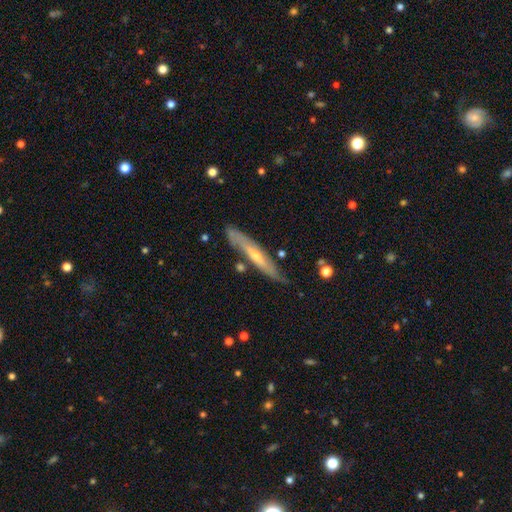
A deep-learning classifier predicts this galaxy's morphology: smooth-or-featured: featured or disk: 61% | smooth: 34% | star or artifact: 6%
  disk-edge-on: yes: 79% | no: 21%
  merging: none: 76% | minor disturbance: 17% | merger: 4% | major disturbance: 3%